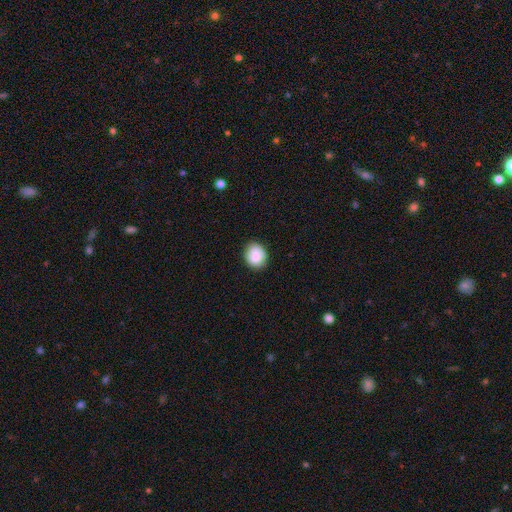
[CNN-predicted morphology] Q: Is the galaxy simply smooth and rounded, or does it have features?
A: smooth — 88%.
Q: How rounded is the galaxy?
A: round — 64%.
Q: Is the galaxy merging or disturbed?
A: none — 85%.